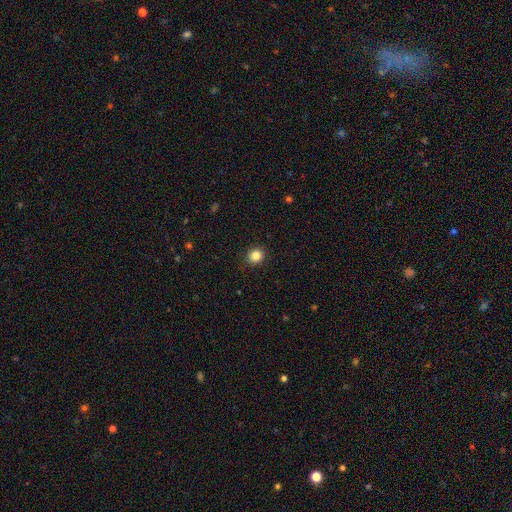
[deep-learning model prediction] Smooth or featured? Predicted: smooth (p=0.85). How rounded? Predicted: round (p=0.86). Merging? Predicted: none (p=0.92).